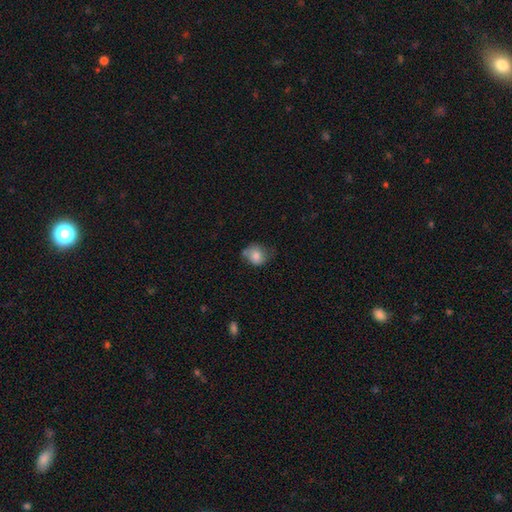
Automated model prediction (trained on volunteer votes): Smooth or featured? Predicted: smooth (p=0.77). How rounded? Predicted: round (p=0.63). Merging? Predicted: none (p=0.51).